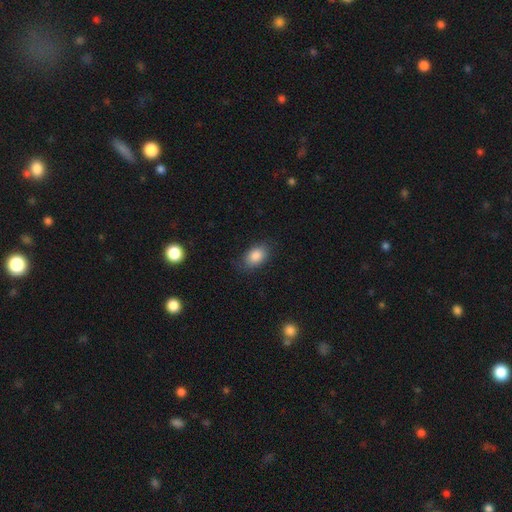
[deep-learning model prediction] Q: Smooth or featured?
A: smooth (86%); runner-up: star or artifact (8%)
Q: How rounded?
A: in between (87%); runner-up: round (12%)
Q: Merging?
A: none (78%); runner-up: minor disturbance (16%)